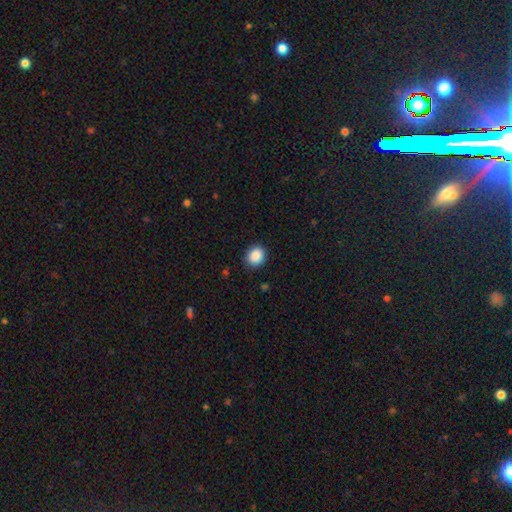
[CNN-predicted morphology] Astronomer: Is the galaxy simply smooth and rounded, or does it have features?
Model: smooth — 88%.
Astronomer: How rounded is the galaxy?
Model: round — 76%.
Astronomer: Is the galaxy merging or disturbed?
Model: none — 89%.